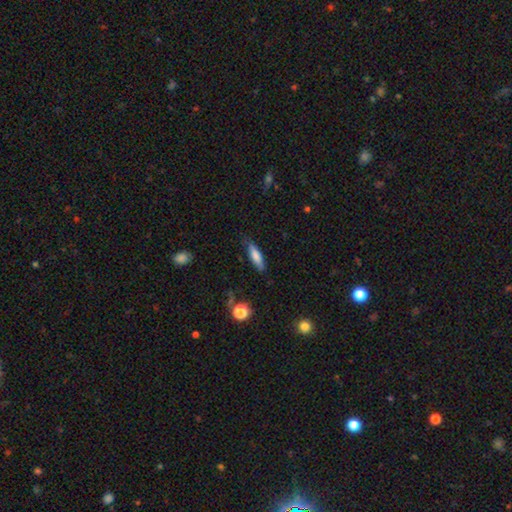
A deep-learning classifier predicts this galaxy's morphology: smooth 76%, featured or disk 17%, star or artifact 7%. Down the decision tree: how rounded — cigar-shaped (66%); merging — none (79%).